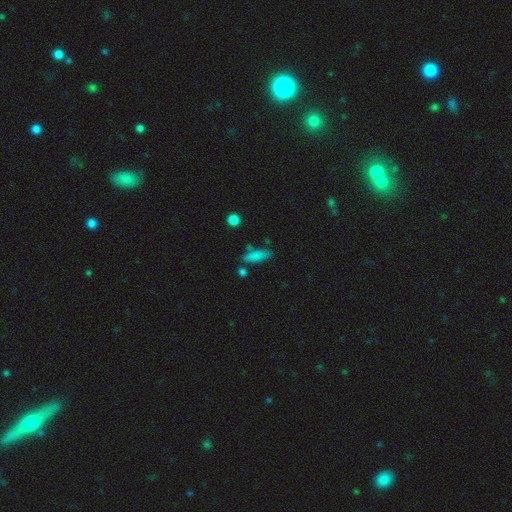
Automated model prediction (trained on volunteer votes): Smooth or featured?
  - smooth: 82% *
  - featured or disk: 9%
  - star or artifact: 9%
How rounded?
  - in between: 50% *
  - cigar-shaped: 47%
  - round: 3%
Merging?
  - none: 70% *
  - minor disturbance: 18%
  - merger: 7%
  - major disturbance: 5%